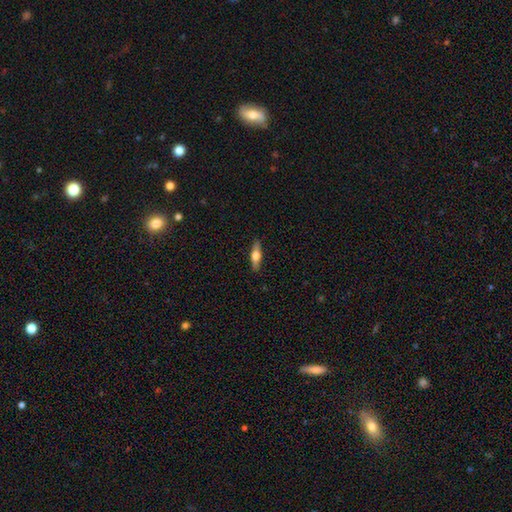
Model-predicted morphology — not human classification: A smooth galaxy with no disk features (47%, tied with featured or disk). Merging: none (88%).